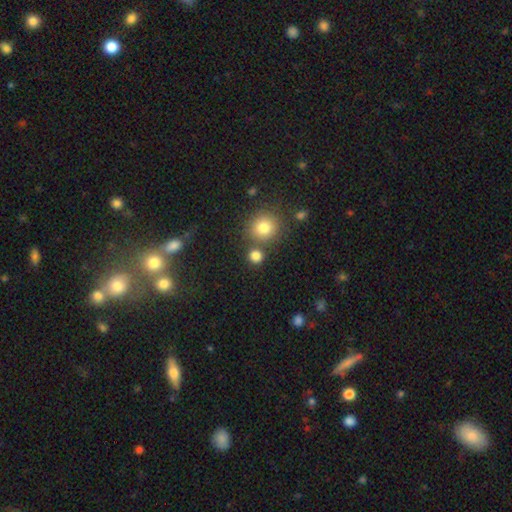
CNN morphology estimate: Q: Smooth or featured?
A: smooth (81%); runner-up: star or artifact (14%)
Q: How rounded?
A: round (88%); runner-up: in between (10%)
Q: Merging?
A: none (74%); runner-up: merger (15%)